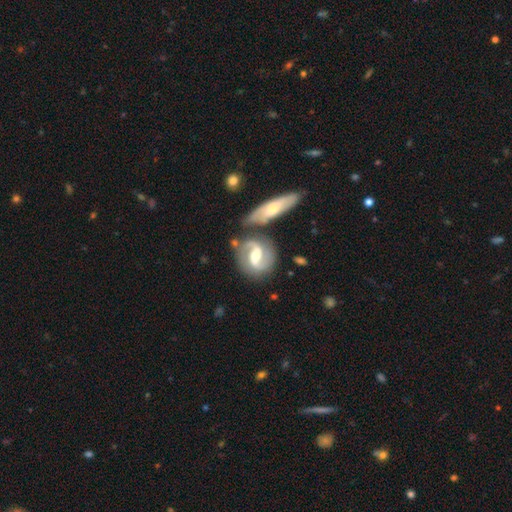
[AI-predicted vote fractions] A featured or disk galaxy (83%) with a weak bar (46%), 2 (91%) medium (53%) spiral arms (95%) and a moderate central bulge (70%).

Vote fractions:
- Smooth or featured? featured or disk: 83% / smooth: 12% / star or artifact: 5%
- Edge-on disk? no: 95% / yes: 5%
- Bar? weak: 46% / strong: 31% / no: 23%
- Spiral arms? yes: 95% / no: 5%
- Spiral winding? medium: 53% / loose: 27% / tight: 20%
- Spiral arm count? 2: 91% / can't tell: 4% / 1: 2% / 3: 1% / 4: 1% / more than 4: 1%
- Bulge size? moderate: 70% / small: 22% / large: 6% / none: 1% / dominant: 1%
- Merging? none: 66% / merger: 16% / minor disturbance: 13% / major disturbance: 5%